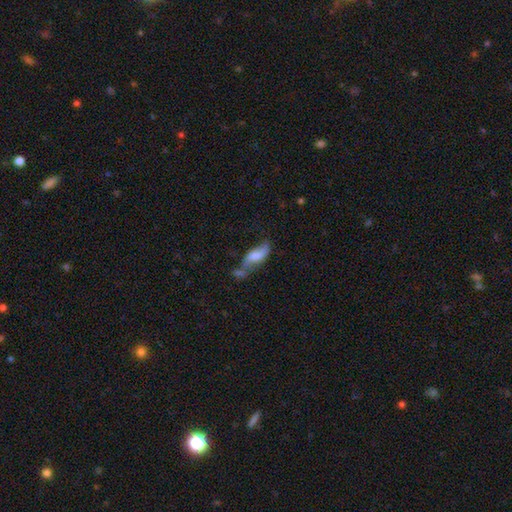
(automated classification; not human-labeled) Overall: featured or disk (49%; smooth 43%). Merging: none (40%; minor disturbance 25%).